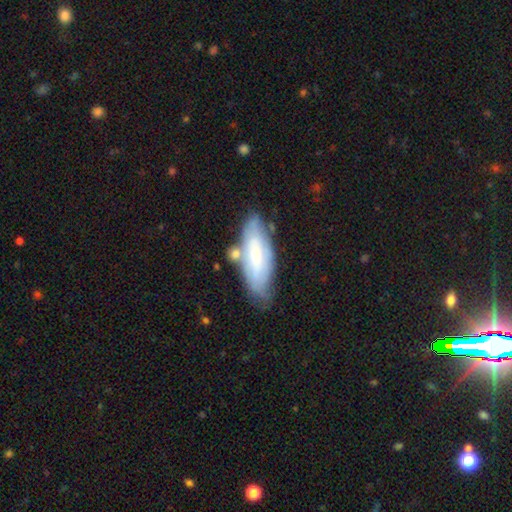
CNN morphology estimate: Smooth or featured? smooth (50%)
How rounded? in between (67%)
Merging? none (62%)